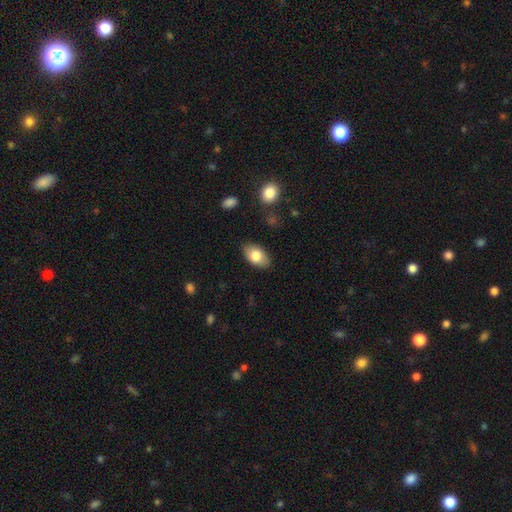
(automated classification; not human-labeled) smooth_or_featured: smooth (p=0.78) [alt: featured or disk p=0.15]
how_rounded: in between (p=0.92) [alt: round p=0.06]
merging: none (p=0.85) [alt: minor disturbance p=0.12]